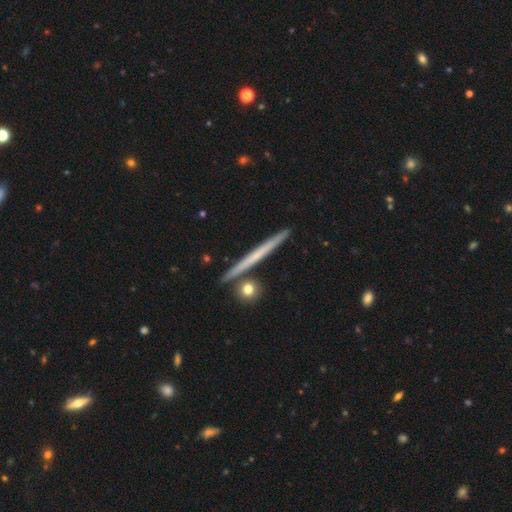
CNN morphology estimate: This appears to be a featured or disk galaxy (50%) viewed edge-on (97%). Merging: none (89%).